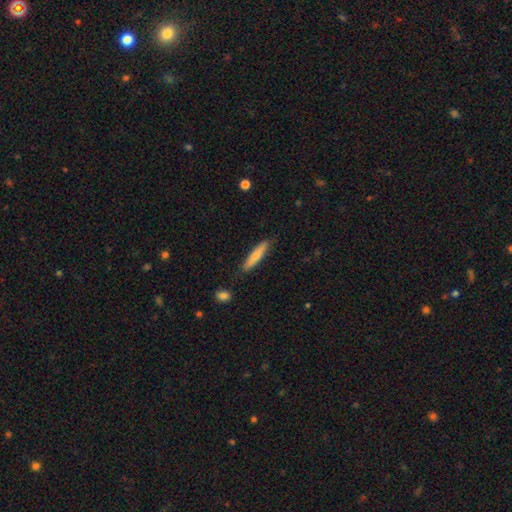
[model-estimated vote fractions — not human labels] Smooth or featured?
  - smooth: 66% *
  - featured or disk: 28%
  - star or artifact: 6%
How rounded?
  - cigar-shaped: 85% *
  - in between: 13%
  - round: 2%
Merging?
  - none: 84% *
  - minor disturbance: 12%
  - major disturbance: 2%
  - merger: 2%